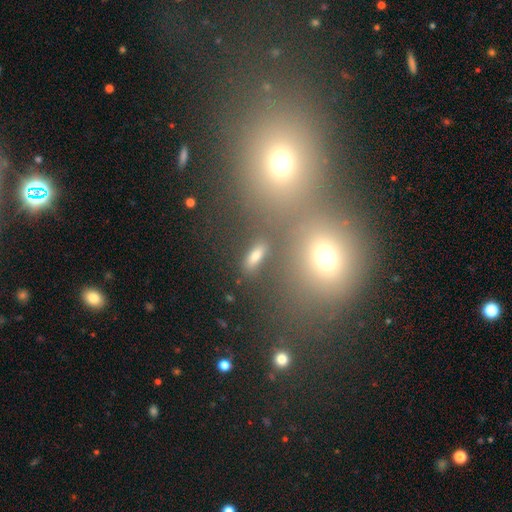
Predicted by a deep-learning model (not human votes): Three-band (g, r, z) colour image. It shows a smooth galaxy with no disk features (60%) that is round (55%). Merging: none (52%).